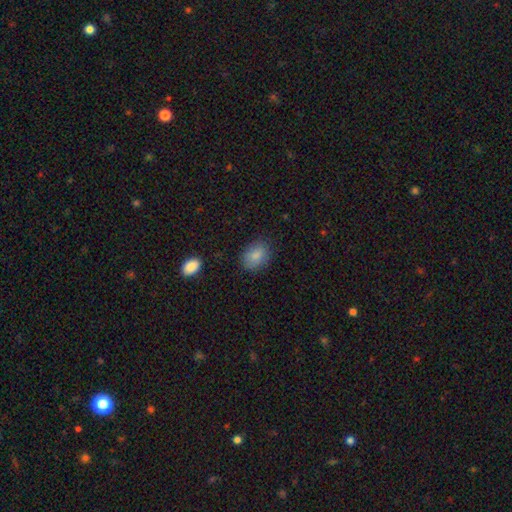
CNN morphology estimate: type=smooth (86%); roundness=in between (72%); merging=none (79%).